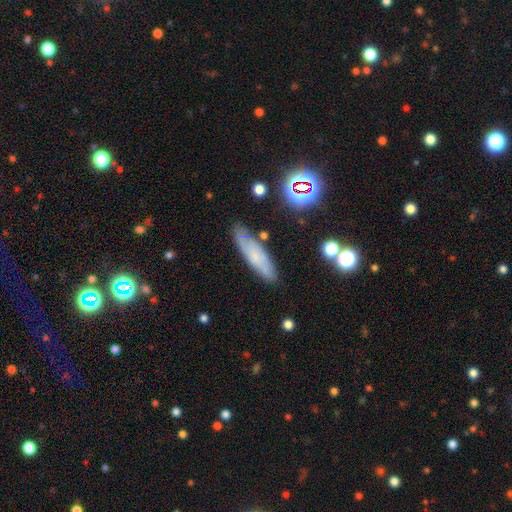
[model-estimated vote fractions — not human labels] Smooth or featured? Predicted: smooth (p=0.54). How rounded? Predicted: cigar-shaped (p=0.70). Merging? Predicted: none (p=0.77).